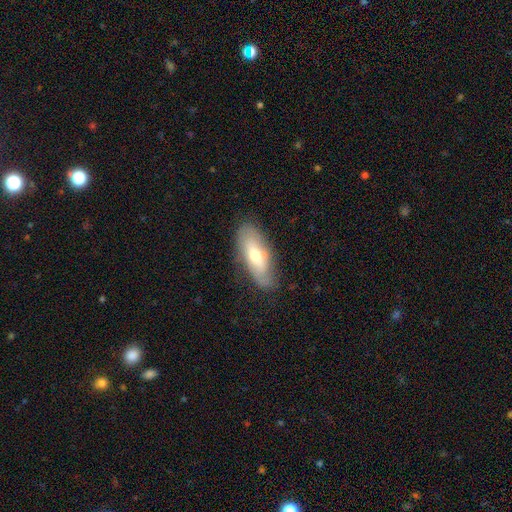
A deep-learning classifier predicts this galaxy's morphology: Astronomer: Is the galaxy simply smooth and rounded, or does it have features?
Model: smooth — 54% (runner-up: featured or disk, 39%).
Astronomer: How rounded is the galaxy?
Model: in between — 76%.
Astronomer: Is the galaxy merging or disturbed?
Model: none — 76%.